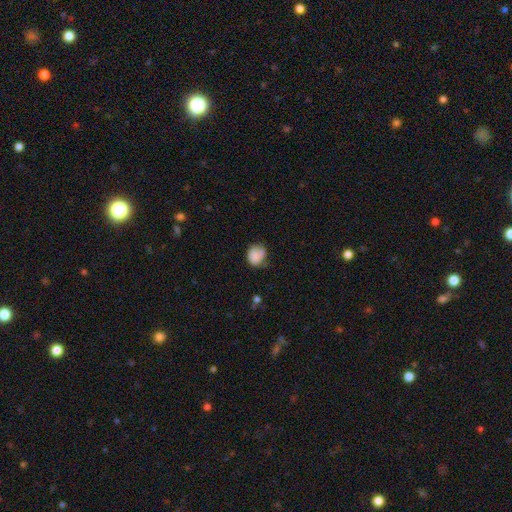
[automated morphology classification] Smooth or featured? smooth (80%)
How rounded? round (64%)
Merging? none (53%)